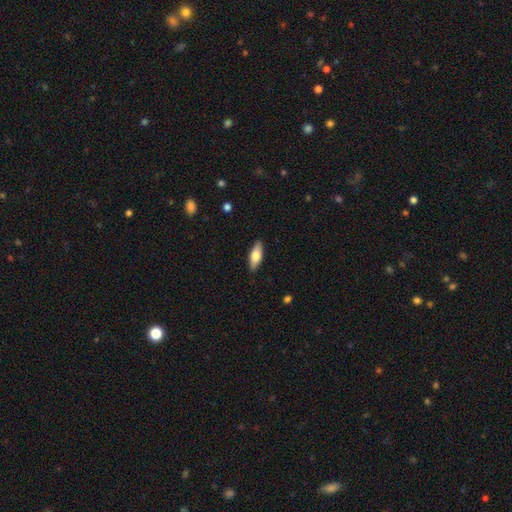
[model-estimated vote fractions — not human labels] Smooth or featured? smooth (64%)
How rounded? in between (67%)
Merging? none (89%)